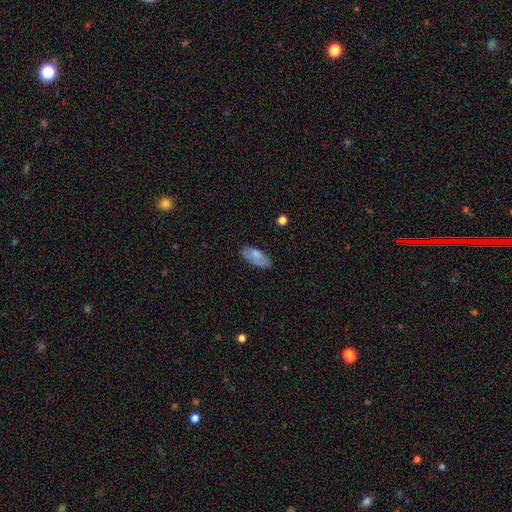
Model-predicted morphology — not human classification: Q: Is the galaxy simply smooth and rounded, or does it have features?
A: smooth — 79%.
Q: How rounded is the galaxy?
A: in between — 88%.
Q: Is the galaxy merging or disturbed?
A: none — 74%.